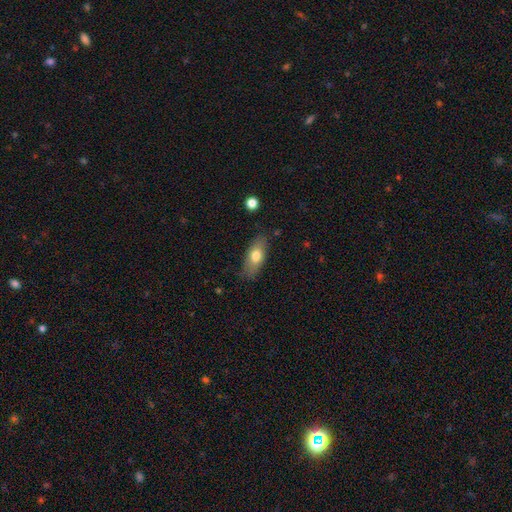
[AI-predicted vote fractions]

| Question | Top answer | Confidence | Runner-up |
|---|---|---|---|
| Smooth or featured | smooth | 71% | featured or disk (22%) |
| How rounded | in between | 81% | cigar-shaped (15%) |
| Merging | none | 80% | minor disturbance (15%) |